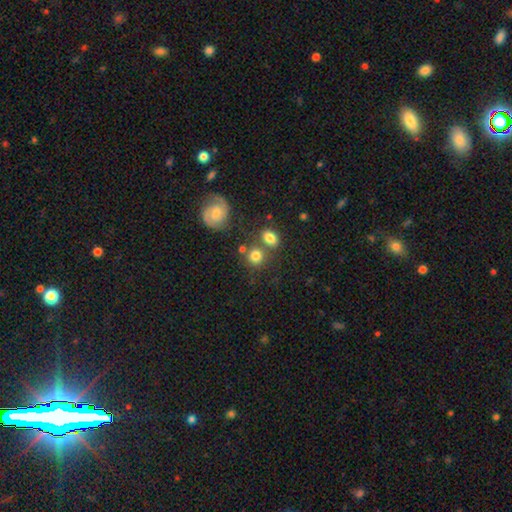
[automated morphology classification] This is likely a smooth galaxy (76%). How rounded: likely round (78%). Merging: likely none (62%).